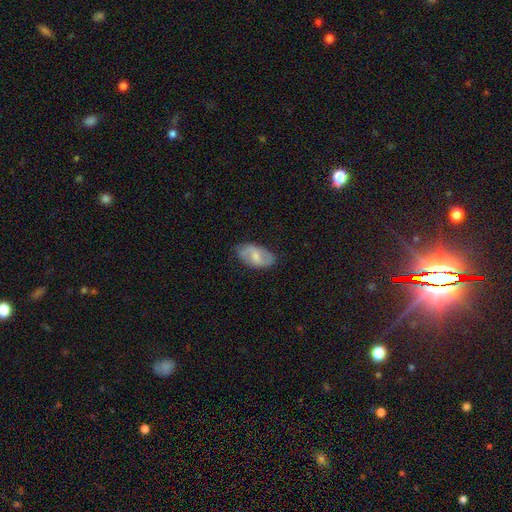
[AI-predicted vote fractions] A featured or disk galaxy (54%) with a weak bar (53%), spiral arms (76%) and a small central bulge (49%). Merging: none (77%).